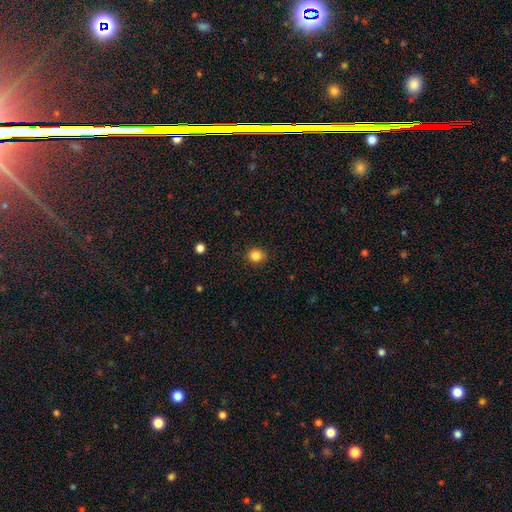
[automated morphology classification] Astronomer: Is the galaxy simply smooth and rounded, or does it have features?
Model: smooth — 85%.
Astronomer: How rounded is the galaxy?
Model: round — 83%.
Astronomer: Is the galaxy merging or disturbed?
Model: none — 90%.